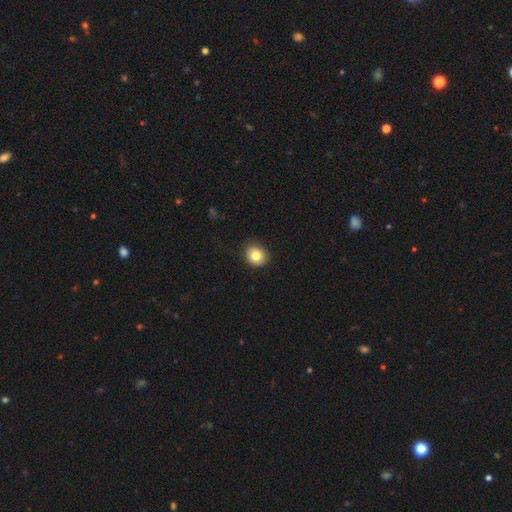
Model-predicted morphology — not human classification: Overall: smooth (82%). How rounded: round (79%). Merging: none (88%).